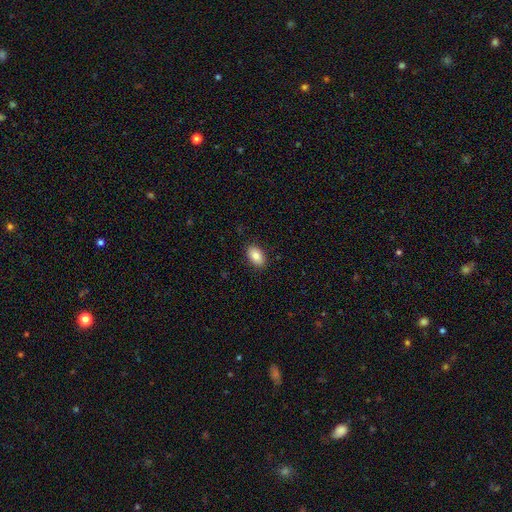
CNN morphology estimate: The model was most divided on "smooth or featured": smooth: 84%, featured or disk: 9%, star or artifact: 8%. More confident: how rounded — in between (91%); merging — none (88%).